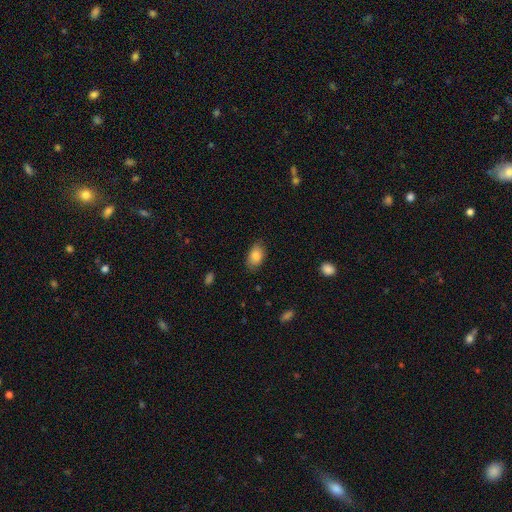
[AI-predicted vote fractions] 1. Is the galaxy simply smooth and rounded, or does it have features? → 85% smooth, 8% featured or disk, 7% star or artifact.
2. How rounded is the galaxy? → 90% in between, 8% round, 2% cigar-shaped.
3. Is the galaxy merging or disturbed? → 82% none, 14% minor disturbance, 3% major disturbance, 1% merger.